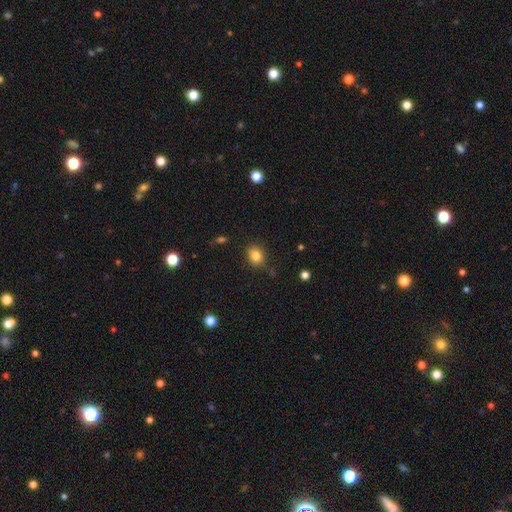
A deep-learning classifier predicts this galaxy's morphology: smooth 83%, star or artifact 11%, featured or disk 6%. Down the decision tree: how rounded — round (62%); merging — none (83%).